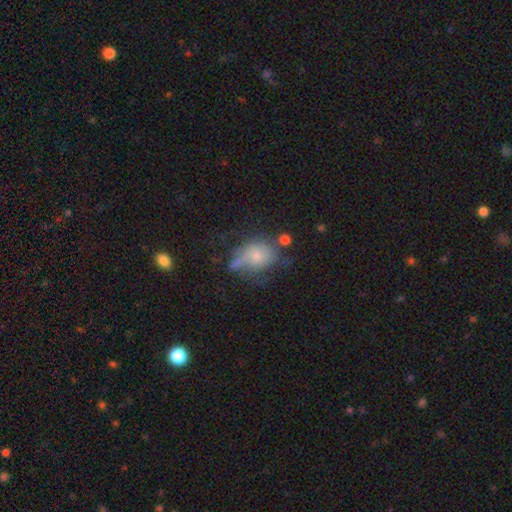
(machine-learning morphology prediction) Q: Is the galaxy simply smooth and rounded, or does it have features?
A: smooth — 63%.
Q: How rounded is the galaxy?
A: in between — 56%.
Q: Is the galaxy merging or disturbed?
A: none — 38%.